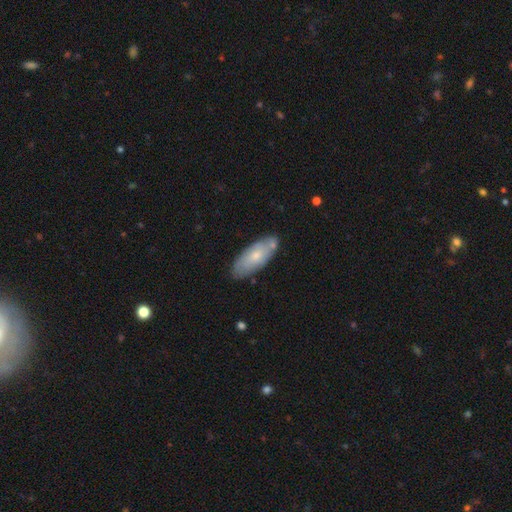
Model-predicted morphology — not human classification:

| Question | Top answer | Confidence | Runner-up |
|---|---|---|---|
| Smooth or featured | smooth | 65% | featured or disk (29%) |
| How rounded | in between | 78% | cigar-shaped (20%) |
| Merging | none | 74% | minor disturbance (17%) |